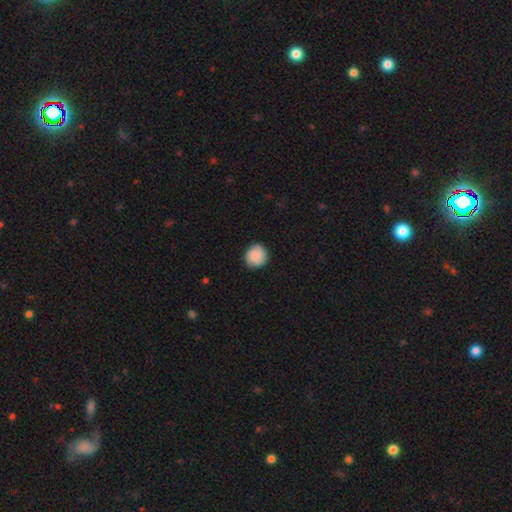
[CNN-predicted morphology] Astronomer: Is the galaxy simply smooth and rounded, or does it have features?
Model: smooth — 86%.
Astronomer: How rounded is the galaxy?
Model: round — 88%.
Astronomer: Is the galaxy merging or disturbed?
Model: none — 85%.